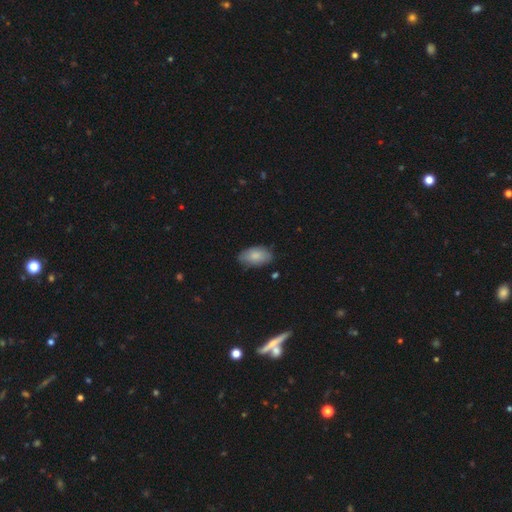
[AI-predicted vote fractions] Morphology: type=smooth (83%); roundness=in between (94%); merging=none (76%).